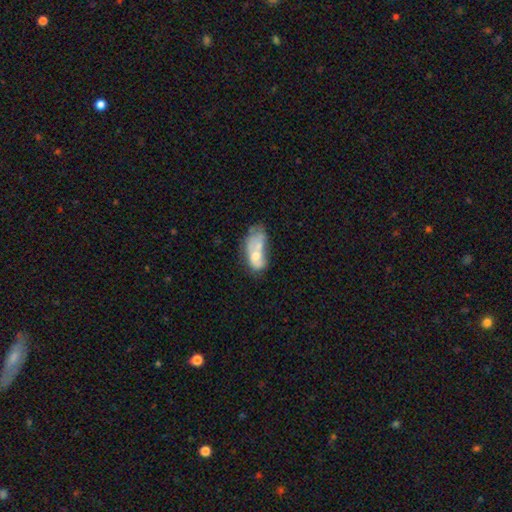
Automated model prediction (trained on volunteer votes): Overall: smooth (48%; featured or disk 43%). Merging: merger (51%; major disturbance 19%).